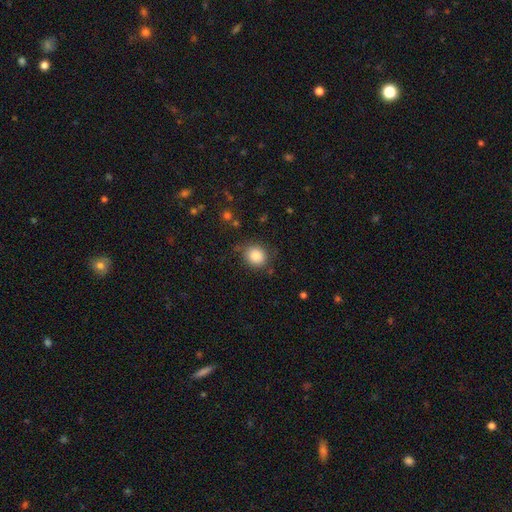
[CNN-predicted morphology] type=smooth (86%); roundness=round (74%); merging=none (82%).